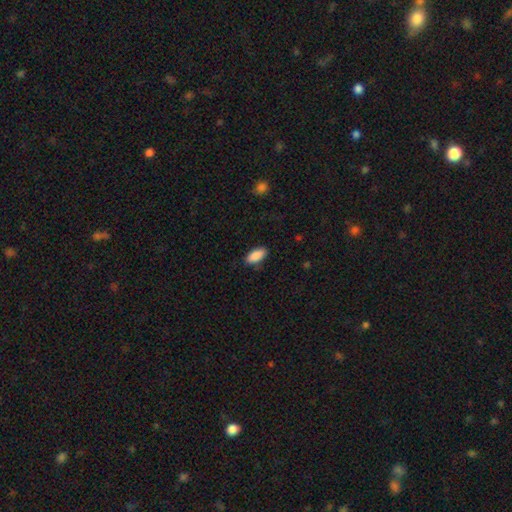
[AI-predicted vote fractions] smooth 89%, star or artifact 6%, featured or disk 4%. Down the decision tree: how rounded — in between (89%); merging — none (85%).